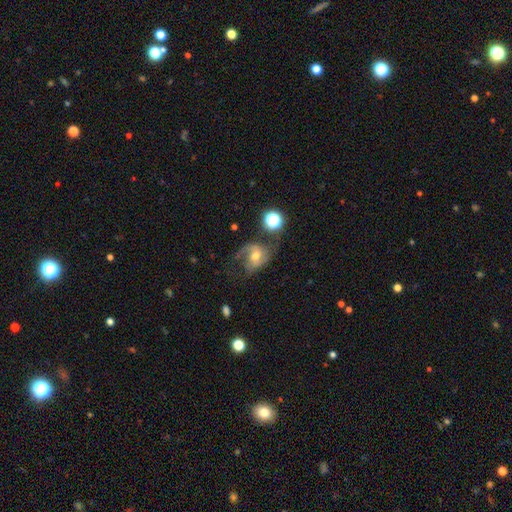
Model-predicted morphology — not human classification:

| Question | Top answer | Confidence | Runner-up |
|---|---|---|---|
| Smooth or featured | featured or disk | 66% | smooth (23%) |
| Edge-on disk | no | 97% | yes (3%) |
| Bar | no | 54% | weak (35%) |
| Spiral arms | yes | 88% | no (12%) |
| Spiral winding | loose | 47% | medium (40%) |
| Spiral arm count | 2 | 65% | 1 (22%) |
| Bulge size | moderate | 65% | small (26%) |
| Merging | none | 43% | major disturbance (27%) |